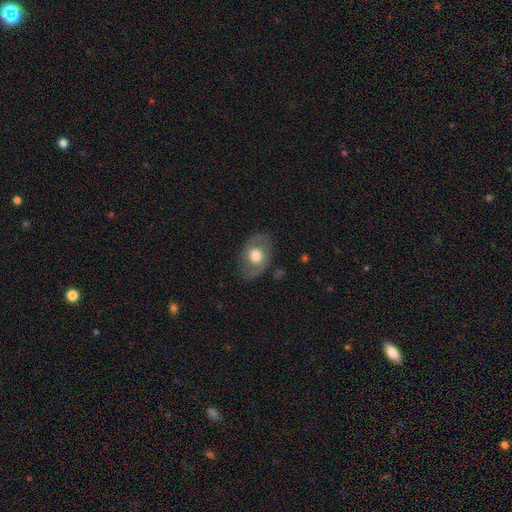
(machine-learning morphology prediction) type=smooth (56%); roundness=in between (78%); merging=none (77%).